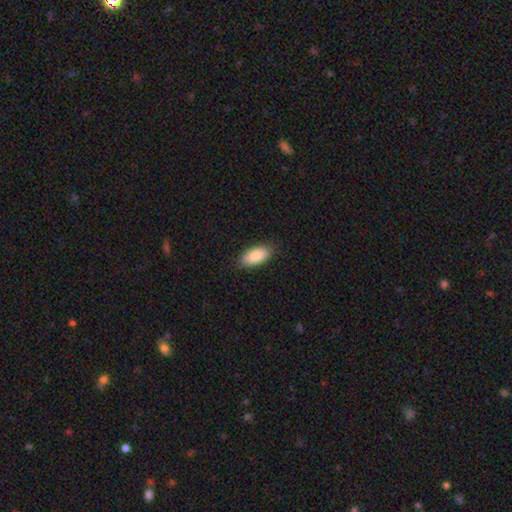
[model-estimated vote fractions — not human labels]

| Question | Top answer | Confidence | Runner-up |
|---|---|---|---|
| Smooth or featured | smooth | 87% | featured or disk (7%) |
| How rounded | in between | 91% | cigar-shaped (7%) |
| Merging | none | 87% | minor disturbance (10%) |